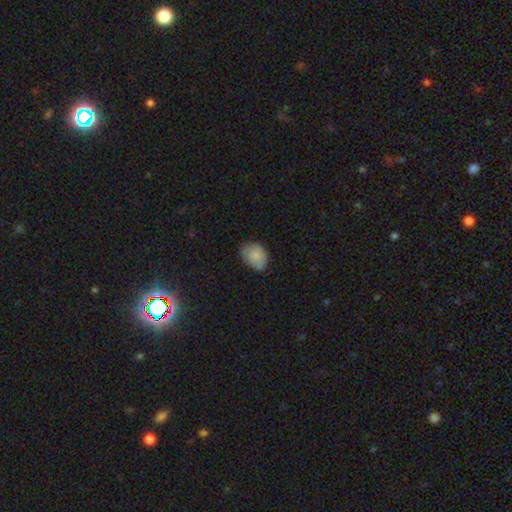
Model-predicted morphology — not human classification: This is clearly a smooth galaxy (84%). How rounded: likely in between (65%). Merging: likely none (62%).